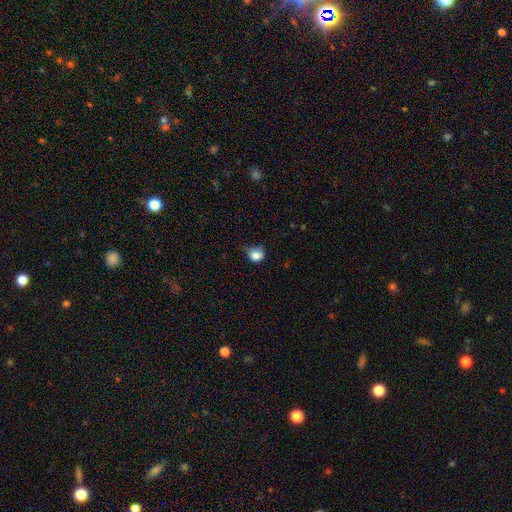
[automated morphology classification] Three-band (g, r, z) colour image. It shows a smooth galaxy with no disk features (83%) that is round (80%). Merging: none (52%).